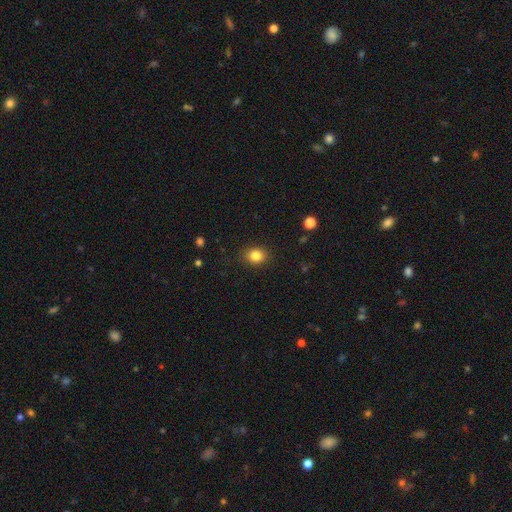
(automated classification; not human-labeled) smooth 84%, star or artifact 10%, featured or disk 6%. Down the decision tree: how rounded — round (55%); merging — none (88%).